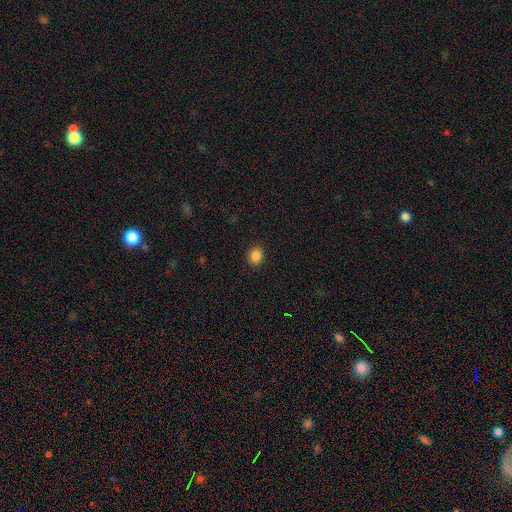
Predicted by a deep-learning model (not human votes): Morphology: type=smooth (86%); roundness=round (64%); merging=none (91%).